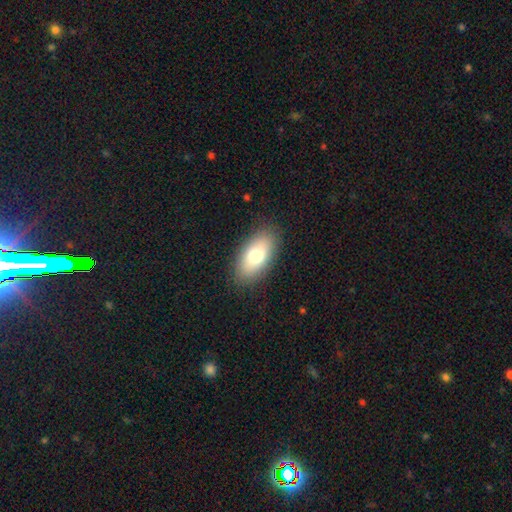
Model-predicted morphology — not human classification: Q: Smooth or featured?
A: smooth (73%); runner-up: featured or disk (19%)
Q: How rounded?
A: in between (91%); runner-up: cigar-shaped (4%)
Q: Merging?
A: none (86%); runner-up: minor disturbance (10%)